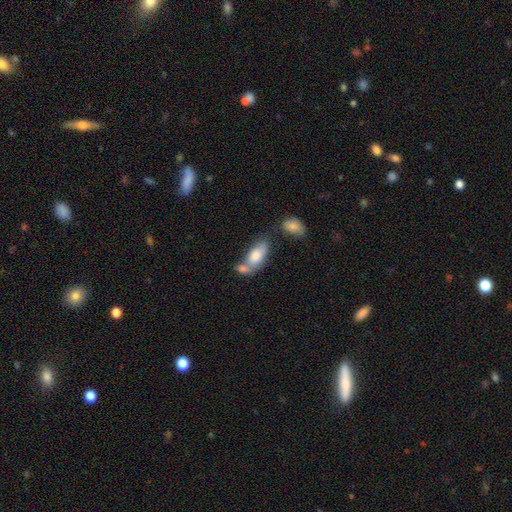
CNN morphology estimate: Overall: smooth (76%). How rounded: in between (88%). Merging: merger (46%; none 32%).